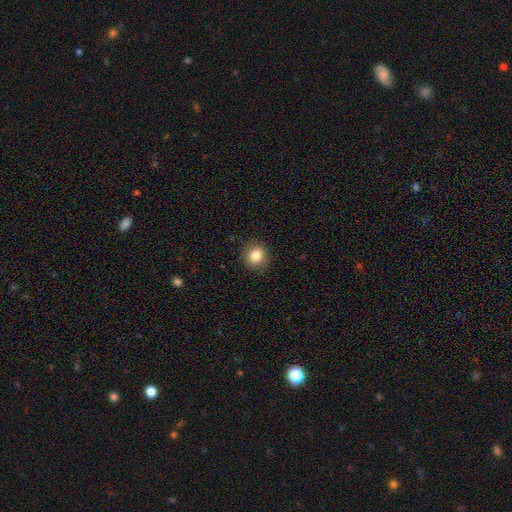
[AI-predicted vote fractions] This is clearly a smooth galaxy (84%). How rounded: clearly round (83%). Merging: clearly none (89%).